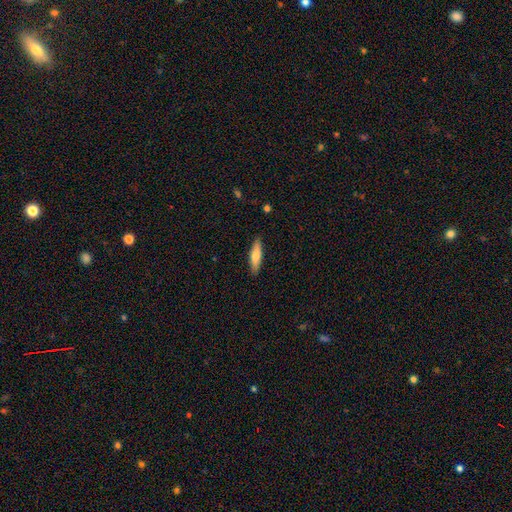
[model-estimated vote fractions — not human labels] Smooth or featured: smooth — 70% (featured or disk — 25%)
How rounded: cigar-shaped — 69% (in between — 30%)
Merging: none — 88% (minor disturbance — 9%)